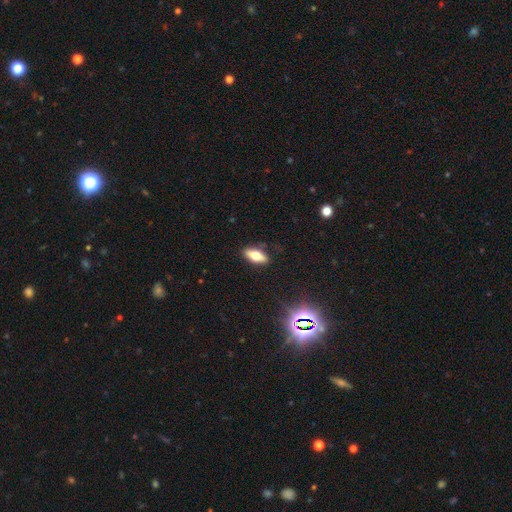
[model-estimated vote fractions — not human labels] A smooth galaxy with no disk features (63%) that is in between round and cigar-shaped (73%).

Vote fractions:
- Smooth or featured? smooth: 63% / featured or disk: 28% / star or artifact: 9%
- How rounded? in between: 73% / cigar-shaped: 23% / round: 3%
- Merging? none: 84% / minor disturbance: 12% / major disturbance: 3% / merger: 2%